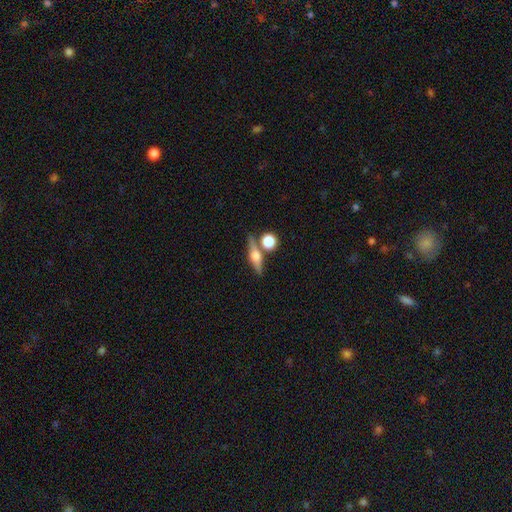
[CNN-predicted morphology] Smooth or featured: featured or disk — 65% (smooth — 26%)
Edge-on disk: yes — 95% (no — 5%)
Edge-on bulge: rounded — 92% (boxy — 6%)
Merging: none — 75% (merger — 12%)